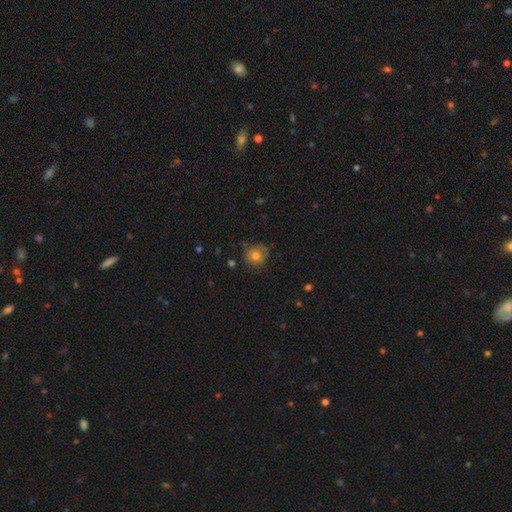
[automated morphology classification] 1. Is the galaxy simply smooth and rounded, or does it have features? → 71% smooth, 19% featured or disk, 10% star or artifact.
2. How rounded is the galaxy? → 83% round, 16% in between, 1% cigar-shaped.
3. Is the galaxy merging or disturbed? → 69% none, 23% minor disturbance, 6% major disturbance, 2% merger.